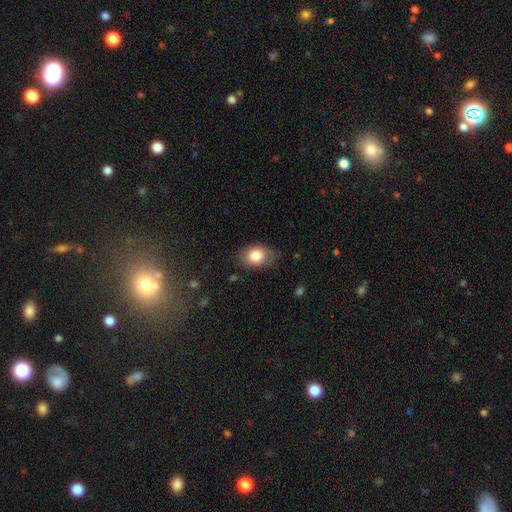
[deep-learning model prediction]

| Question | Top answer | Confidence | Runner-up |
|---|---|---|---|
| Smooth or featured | smooth | 81% | featured or disk (12%) |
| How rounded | in between | 79% | round (20%) |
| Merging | none | 78% | minor disturbance (17%) |